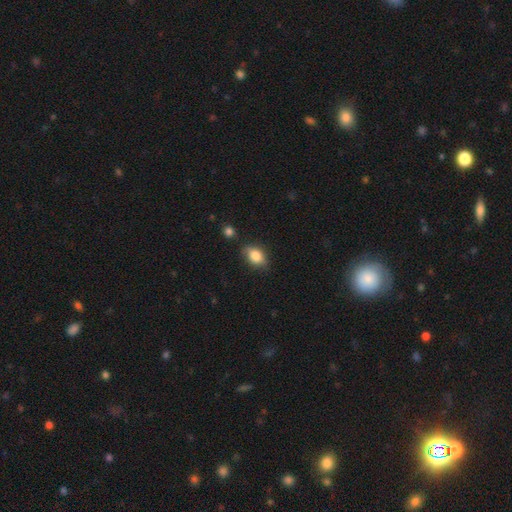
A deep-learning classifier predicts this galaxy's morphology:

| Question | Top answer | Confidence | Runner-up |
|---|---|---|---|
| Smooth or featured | smooth | 82% | featured or disk (10%) |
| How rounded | in between | 80% | round (17%) |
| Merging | none | 76% | minor disturbance (17%) |